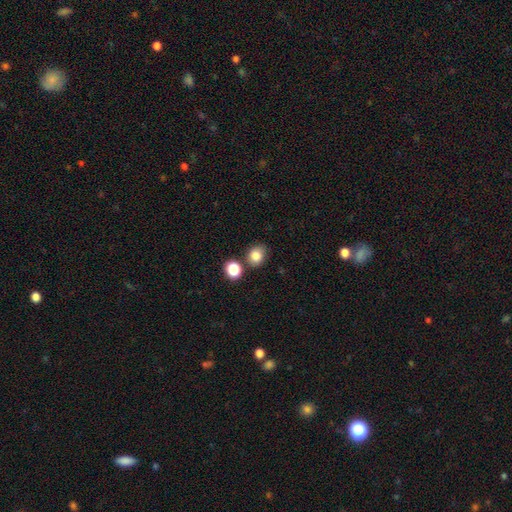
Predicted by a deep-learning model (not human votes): A smooth galaxy with no disk features (82%) that is round (62%). Merging: none (73%).